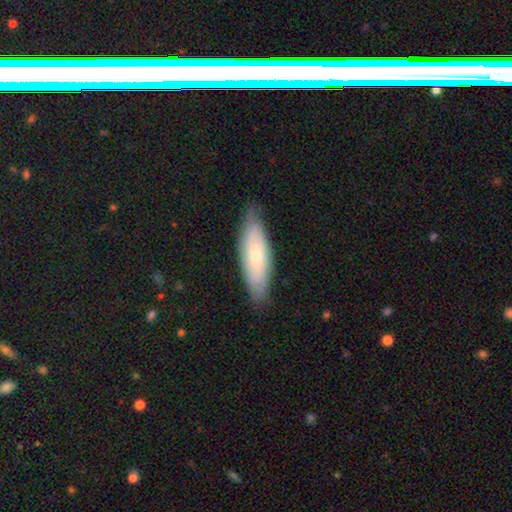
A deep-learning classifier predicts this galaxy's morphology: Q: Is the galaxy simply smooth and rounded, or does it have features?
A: smooth — 52%.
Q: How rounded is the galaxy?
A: in between — 55%.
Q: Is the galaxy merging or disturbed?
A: none — 80%.